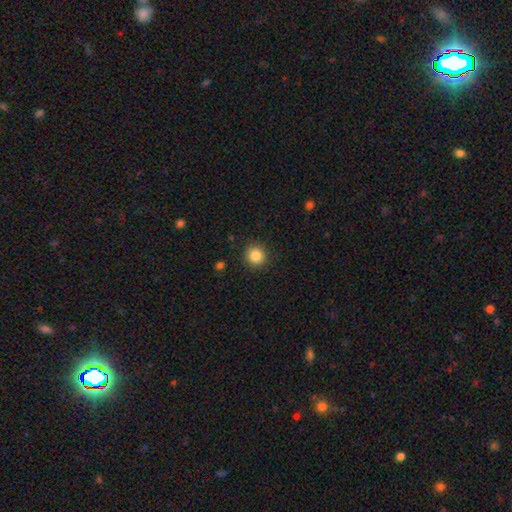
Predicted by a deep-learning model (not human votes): The model was most divided on "smooth or featured": smooth: 85%, star or artifact: 10%, featured or disk: 4%. More confident: how rounded — round (92%); merging — none (91%).